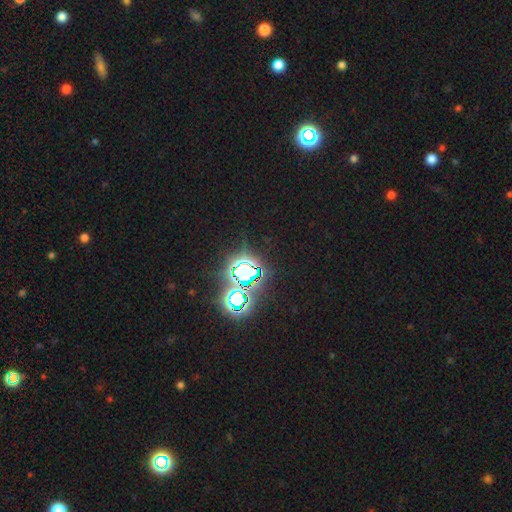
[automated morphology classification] smooth_or_featured: star or artifact (p=0.79) [alt: smooth p=0.14]